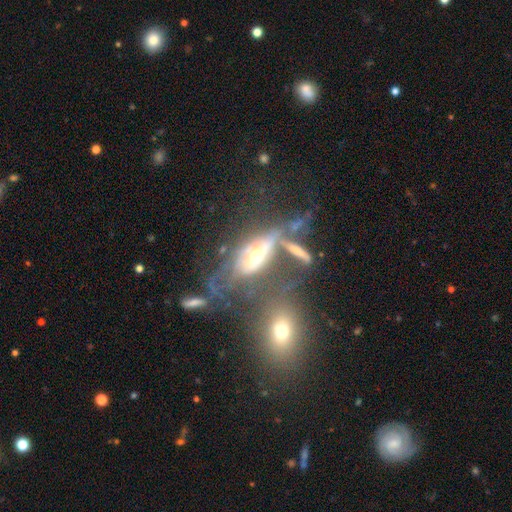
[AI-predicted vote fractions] Q: Smooth or featured?
A: featured or disk (59%); runner-up: smooth (28%)
Q: Edge-on disk?
A: no (79%); runner-up: yes (21%)
Q: Merging?
A: merger (32%); runner-up: major disturbance (30%)